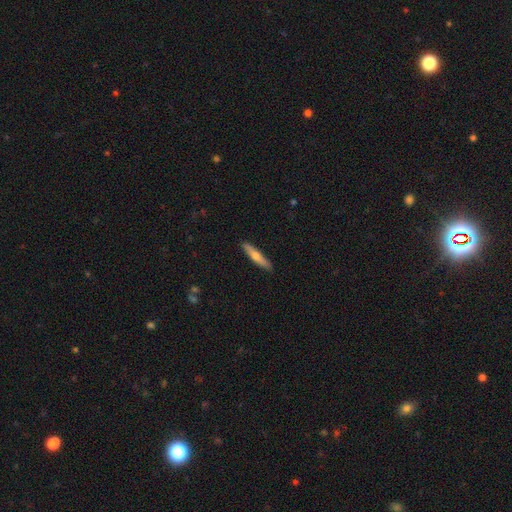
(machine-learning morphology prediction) Smooth or featured: smooth — 56% (featured or disk — 39%)
How rounded: cigar-shaped — 88% (in between — 10%)
Merging: none — 90% (minor disturbance — 7%)